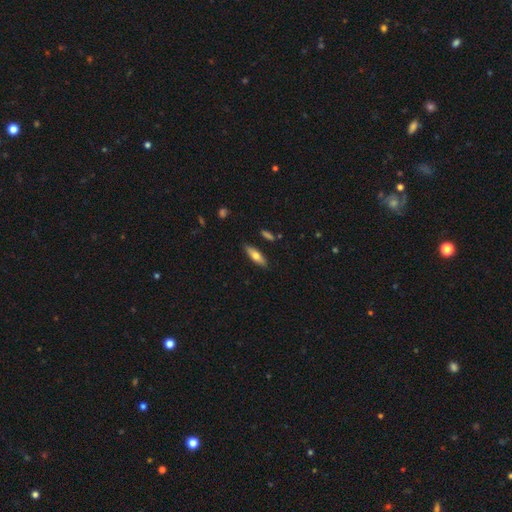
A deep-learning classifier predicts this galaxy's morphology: Smooth or featured?
  - smooth: 61% *
  - featured or disk: 33%
  - star or artifact: 6%
How rounded?
  - cigar-shaped: 52% *
  - in between: 45%
  - round: 2%
Merging?
  - none: 87% *
  - minor disturbance: 9%
  - merger: 2%
  - major disturbance: 2%